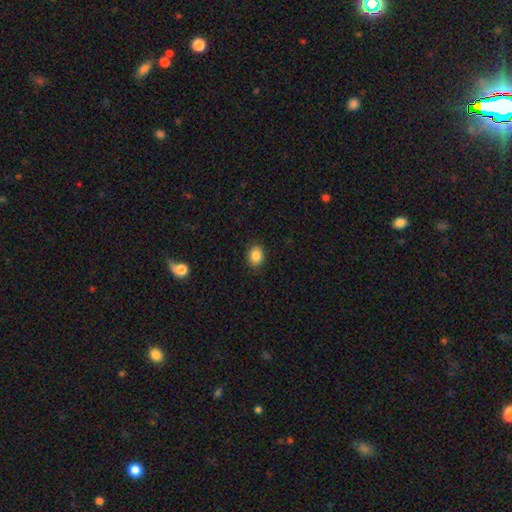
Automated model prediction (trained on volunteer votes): Morphology: type=smooth (86%); roundness=in between (51%); merging=none (89%).